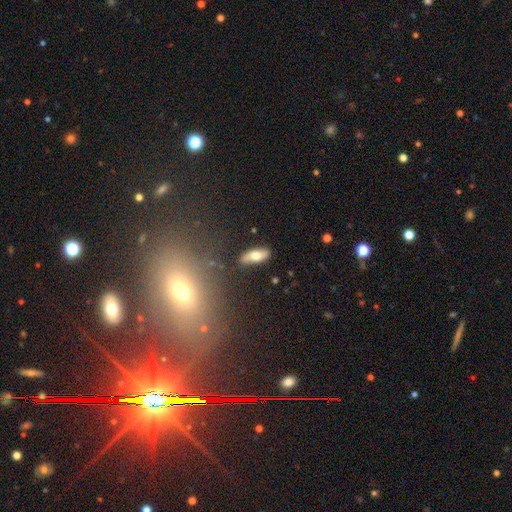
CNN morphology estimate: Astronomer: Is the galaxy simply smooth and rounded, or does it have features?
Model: smooth — 69%.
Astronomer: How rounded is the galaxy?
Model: in between — 67%.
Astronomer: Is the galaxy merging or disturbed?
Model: none — 83%.